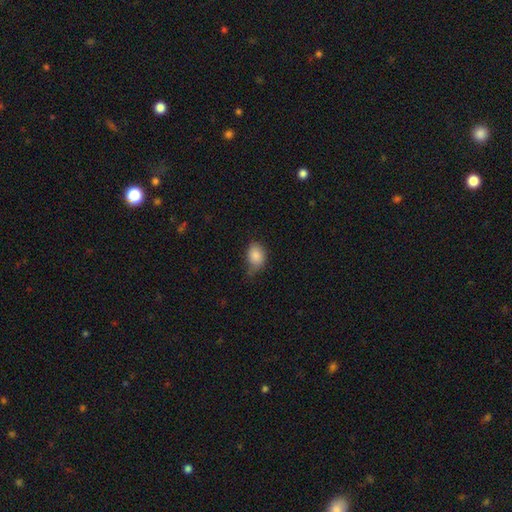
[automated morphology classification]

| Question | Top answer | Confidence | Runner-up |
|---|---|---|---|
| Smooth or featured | smooth | 86% | star or artifact (9%) |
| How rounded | in between | 69% | round (30%) |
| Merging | none | 51% | minor disturbance (37%) |